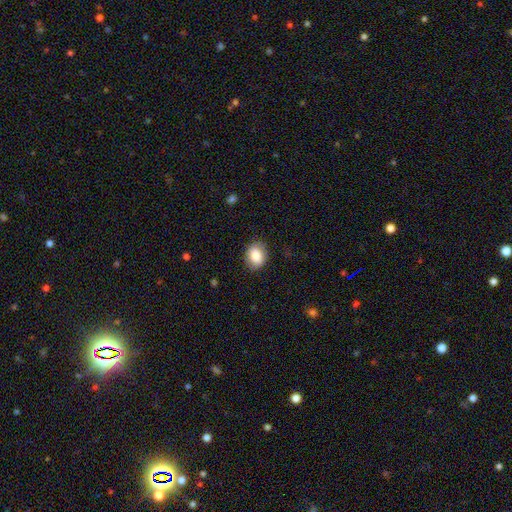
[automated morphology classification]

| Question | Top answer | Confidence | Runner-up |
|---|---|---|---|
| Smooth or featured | smooth | 85% | featured or disk (8%) |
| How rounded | in between | 61% | round (38%) |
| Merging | none | 83% | minor disturbance (13%) |